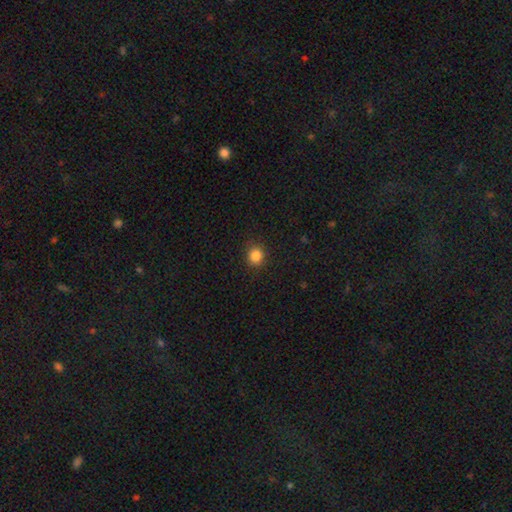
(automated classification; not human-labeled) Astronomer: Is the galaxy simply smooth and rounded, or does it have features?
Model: smooth — 85%.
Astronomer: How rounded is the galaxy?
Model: round — 83%.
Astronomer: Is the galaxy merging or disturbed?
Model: none — 89%.